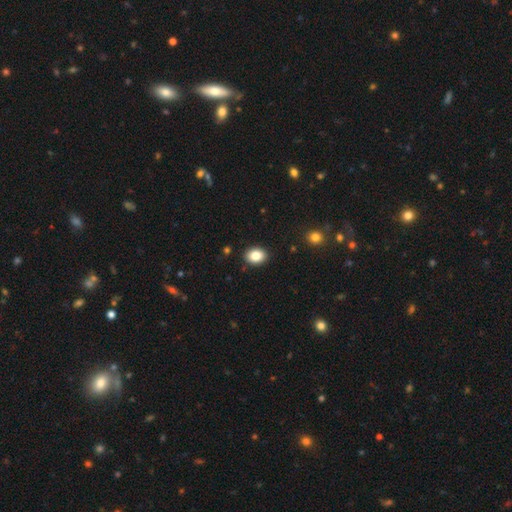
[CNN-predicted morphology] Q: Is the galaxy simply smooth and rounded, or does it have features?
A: smooth — 85%.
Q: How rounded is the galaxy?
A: in between — 63%.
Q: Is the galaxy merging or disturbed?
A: none — 90%.